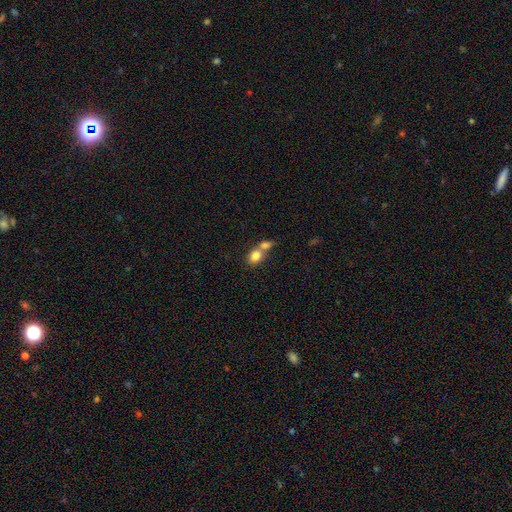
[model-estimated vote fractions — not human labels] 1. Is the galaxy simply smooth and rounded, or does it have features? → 81% smooth, 10% featured or disk, 9% star or artifact.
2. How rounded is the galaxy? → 60% in between, 38% round, 2% cigar-shaped.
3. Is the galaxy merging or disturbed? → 59% merger, 30% none, 7% minor disturbance, 4% major disturbance.